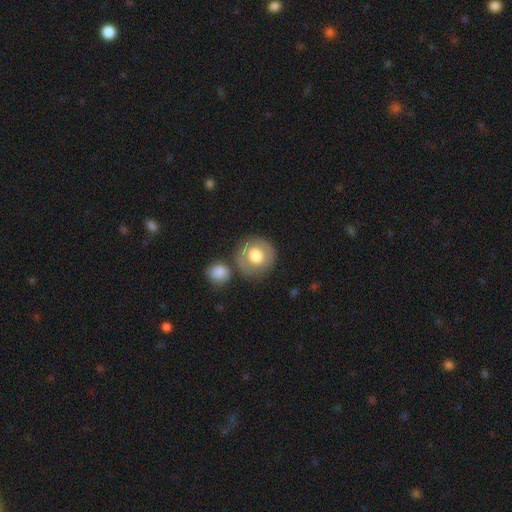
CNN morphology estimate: This is likely a smooth galaxy (67%). How rounded: clearly round (91%). Merging: likely none (74%).